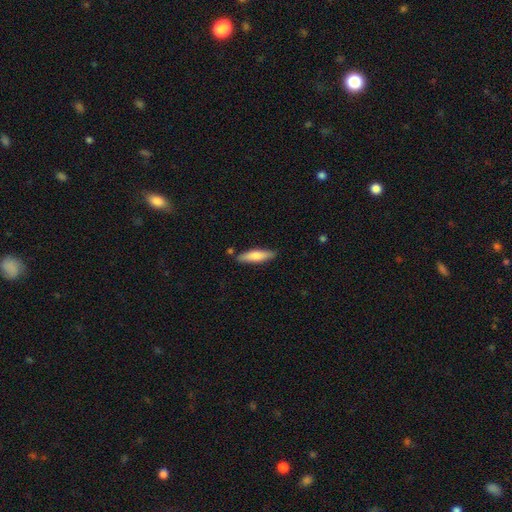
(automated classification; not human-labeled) Morphology: type=smooth (74%); roundness=cigar-shaped (69%); merging=none (82%).